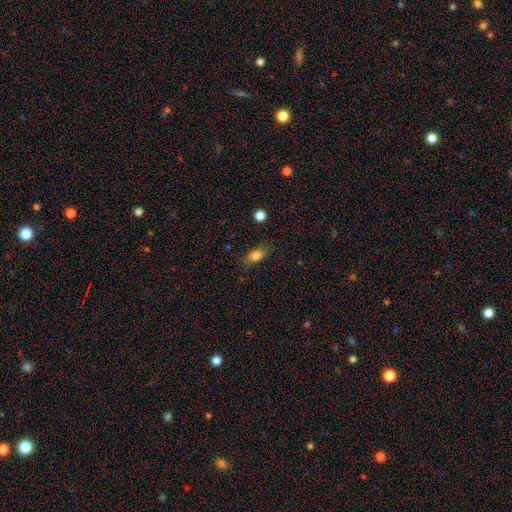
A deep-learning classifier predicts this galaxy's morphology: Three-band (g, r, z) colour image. It shows a smooth galaxy with no disk features (81%) that is in between round and cigar-shaped (79%). Merging: none (79%).